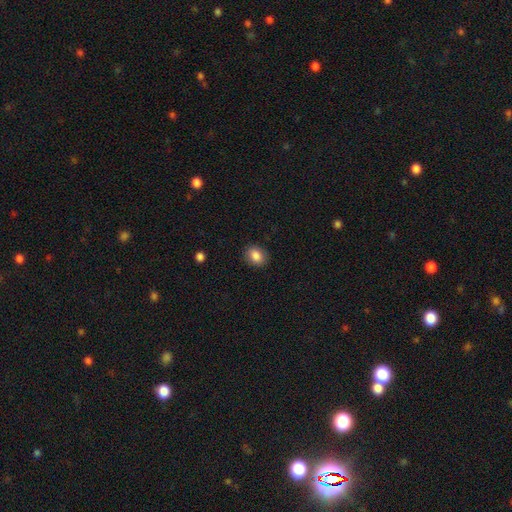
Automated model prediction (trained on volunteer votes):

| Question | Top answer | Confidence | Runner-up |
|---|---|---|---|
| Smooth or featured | smooth | 86% | star or artifact (8%) |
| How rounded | in between | 55% | round (44%) |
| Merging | none | 87% | minor disturbance (9%) |